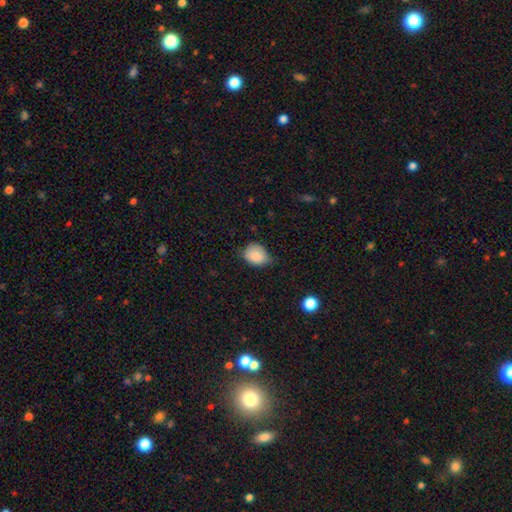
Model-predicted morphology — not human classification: Smooth or featured? Predicted: smooth (p=0.85). How rounded? Predicted: in between (p=0.58). Merging? Predicted: none (p=0.48).